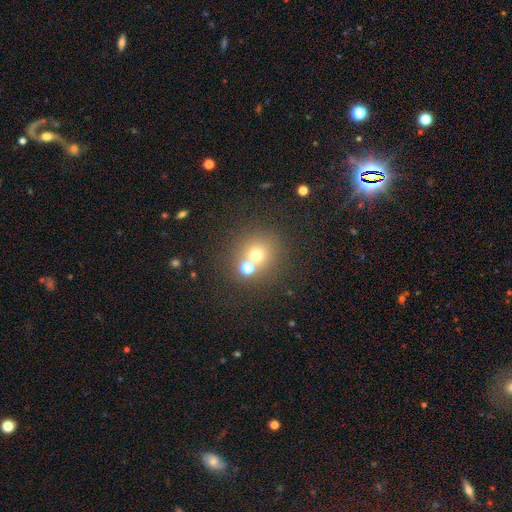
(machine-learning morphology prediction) Q: Smooth or featured?
A: smooth (65%); runner-up: star or artifact (22%)
Q: How rounded?
A: round (90%); runner-up: in between (9%)
Q: Merging?
A: none (59%); runner-up: merger (30%)